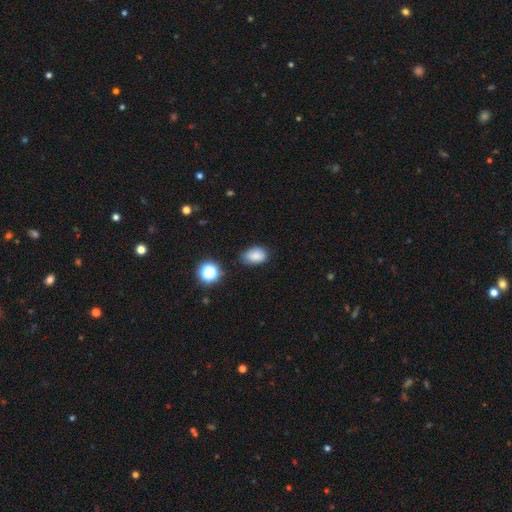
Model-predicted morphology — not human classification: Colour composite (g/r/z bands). It shows a smooth galaxy with no disk features (83%) that is in between round and cigar-shaped (82%). Merging: none (72%).